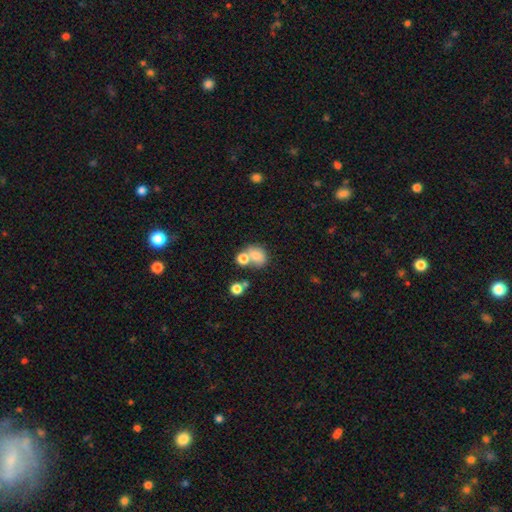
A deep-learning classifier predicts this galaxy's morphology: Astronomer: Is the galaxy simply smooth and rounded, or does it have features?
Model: smooth — 76%.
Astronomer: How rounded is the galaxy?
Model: round — 54% (runner-up: in between, 45%).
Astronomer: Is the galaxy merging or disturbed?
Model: merger — 42% (runner-up: none, 41%).